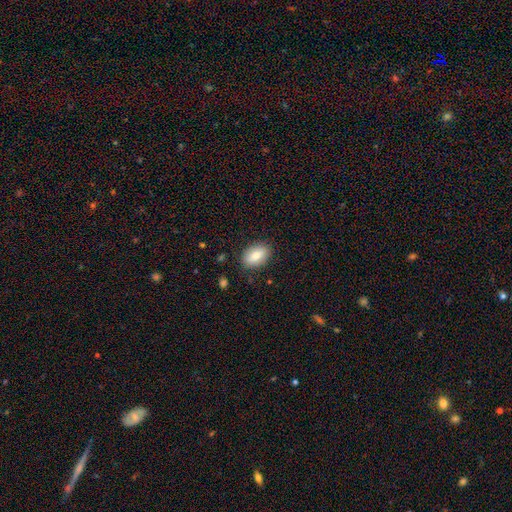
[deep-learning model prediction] Smooth or featured: smooth — 81% (featured or disk — 12%)
How rounded: in between — 91% (round — 7%)
Merging: none — 86% (minor disturbance — 11%)